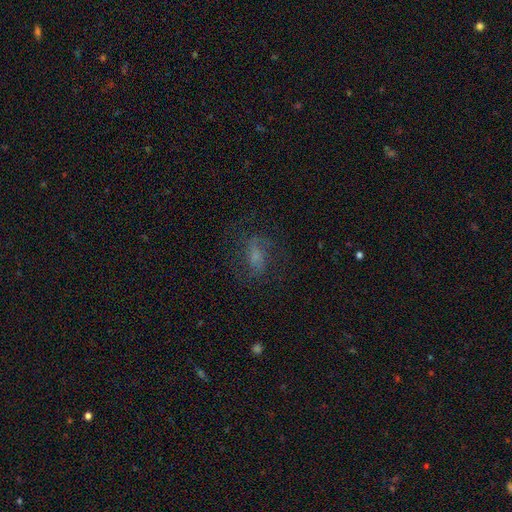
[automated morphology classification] smooth-or-featured: featured or disk: 51% | smooth: 32% | star or artifact: 16%
  disk-edge-on: no: 93% | yes: 7%
  merging: none: 63% | major disturbance: 18% | minor disturbance: 17% | merger: 2%